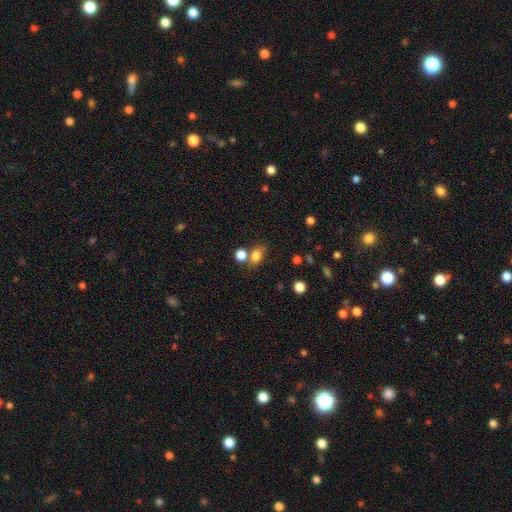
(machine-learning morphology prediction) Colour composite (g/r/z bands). It shows a smooth galaxy with no disk features (80%) that is in between round and cigar-shaped (69%). Merging: none (57%).